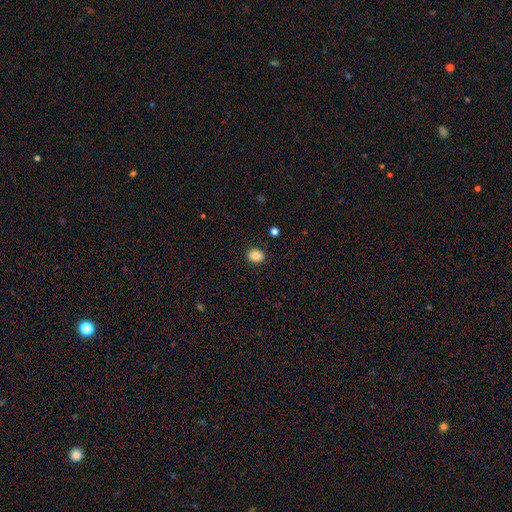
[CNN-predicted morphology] smooth_or_featured: smooth (p=0.85) [alt: star or artifact p=0.09]
how_rounded: in between (p=0.54) [alt: round p=0.45]
merging: none (p=0.88) [alt: minor disturbance p=0.08]